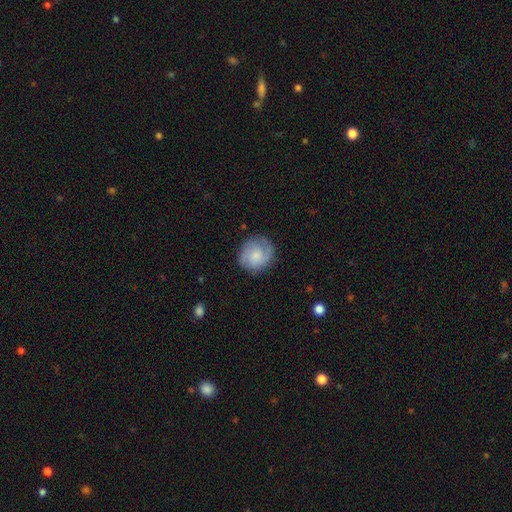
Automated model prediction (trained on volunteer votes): Morphology: type=smooth (55%); roundness=round (79%); merging=none (79%).